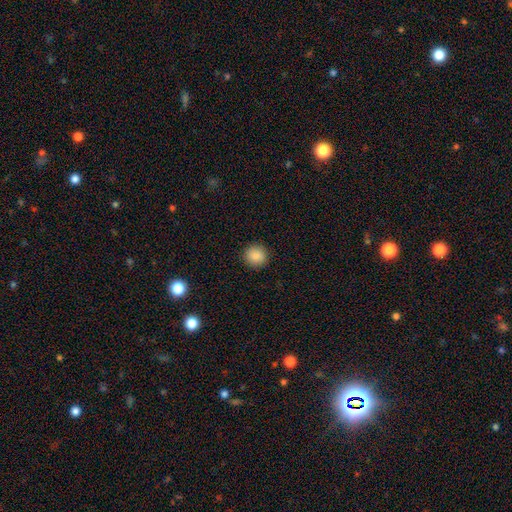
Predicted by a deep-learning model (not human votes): This is clearly a smooth galaxy (88%). How rounded: clearly round (92%). Merging: clearly none (92%).